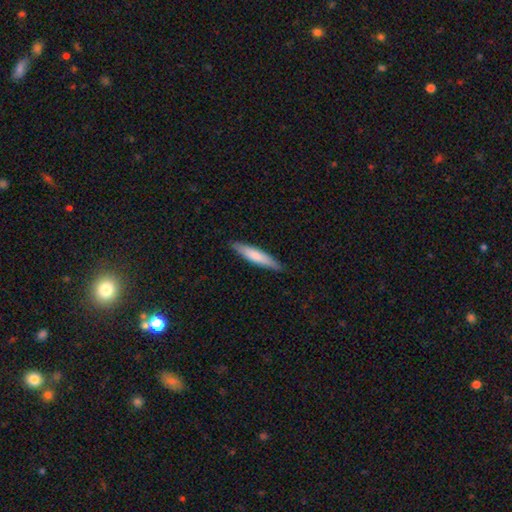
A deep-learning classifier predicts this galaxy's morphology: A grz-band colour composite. It shows a smooth galaxy with no disk features (73%) that is cigar-shaped (87%). Merging: none (88%).